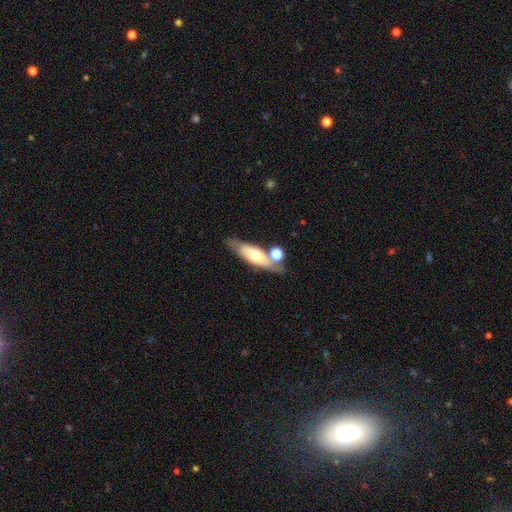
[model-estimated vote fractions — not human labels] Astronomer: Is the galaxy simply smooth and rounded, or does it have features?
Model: smooth — 52% (runner-up: featured or disk, 42%).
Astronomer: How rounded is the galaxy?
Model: in between — 51% (runner-up: cigar-shaped, 45%).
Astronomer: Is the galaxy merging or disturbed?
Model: none — 59%.